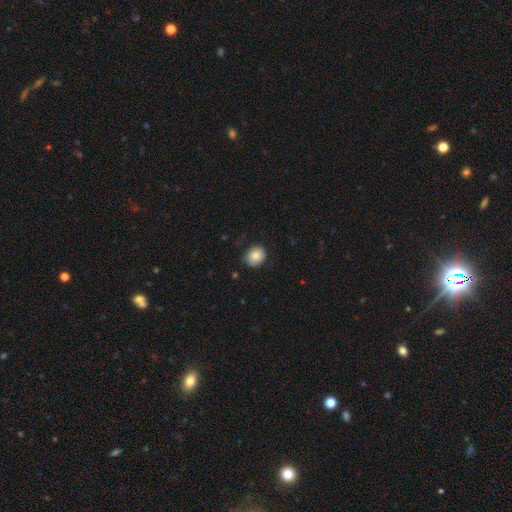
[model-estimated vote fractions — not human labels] Overall: smooth (84%). How rounded: round (67%; in between 32%). Merging: none (81%).